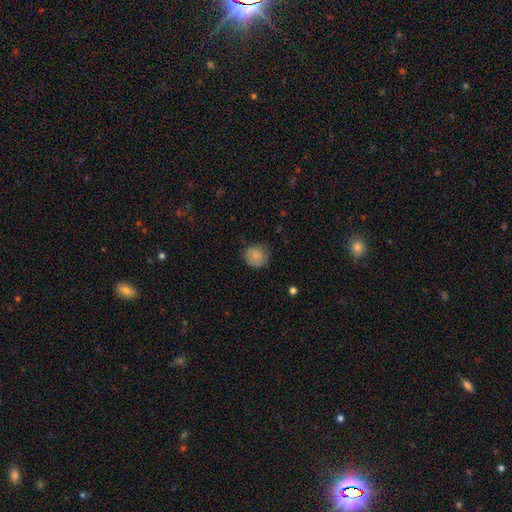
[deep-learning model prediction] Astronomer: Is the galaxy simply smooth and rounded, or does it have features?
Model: smooth — 83%.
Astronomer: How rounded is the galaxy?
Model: round — 84%.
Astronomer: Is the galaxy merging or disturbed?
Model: none — 74%.